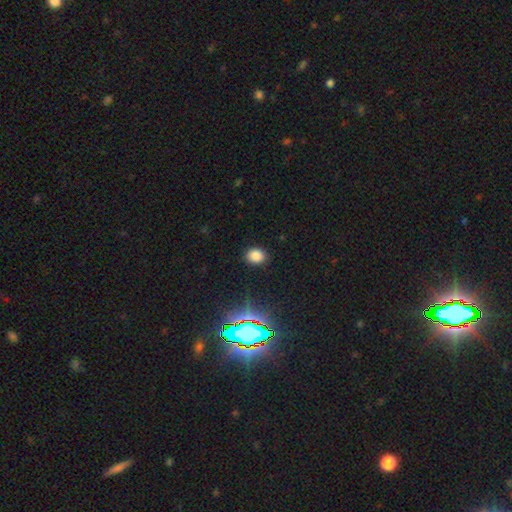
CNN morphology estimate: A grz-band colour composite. It shows a smooth galaxy with no disk features (80%) that is in between round and cigar-shaped (52%). Merging: none (88%).